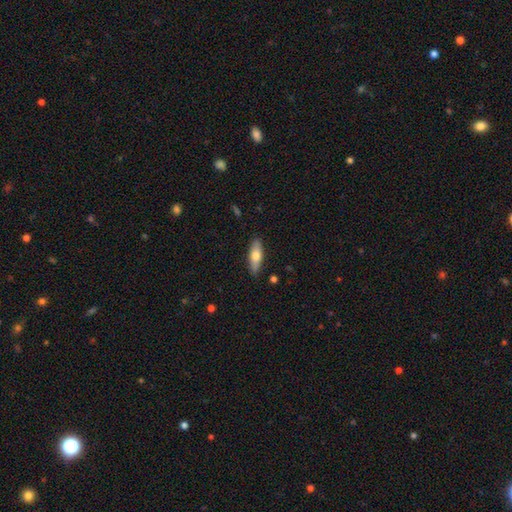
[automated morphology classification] Overall: smooth (67%; featured or disk 27%). How rounded: in between (59%; cigar-shaped 39%). Merging: none (88%).